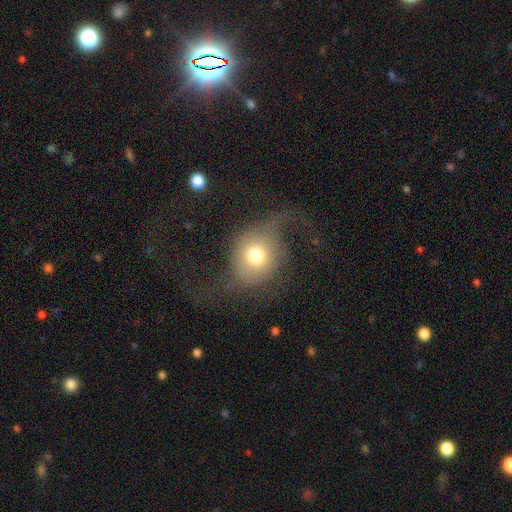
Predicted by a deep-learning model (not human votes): This is likely a smooth galaxy (65%). How rounded: likely round (67%). Merging: possibly major disturbance (46%).